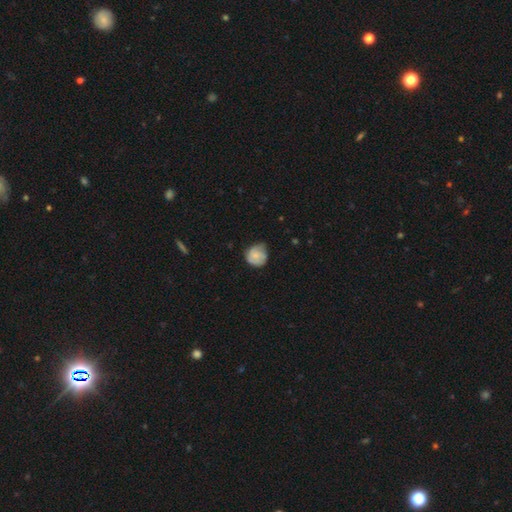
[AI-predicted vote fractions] This is likely a smooth galaxy (67%). How rounded: clearly round (83%). Merging: possibly none (56%).